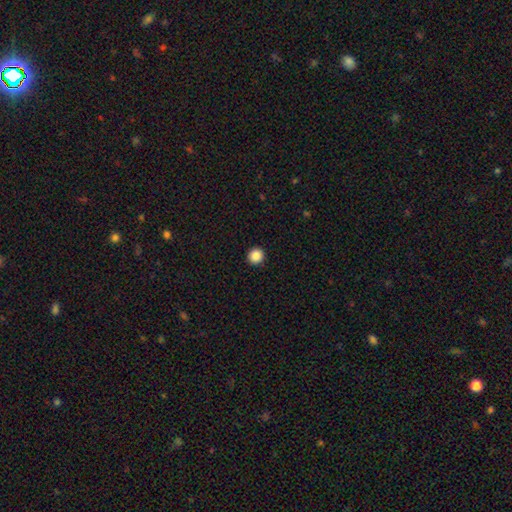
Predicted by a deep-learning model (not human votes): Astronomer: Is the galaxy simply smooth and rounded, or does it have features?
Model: smooth — 87%.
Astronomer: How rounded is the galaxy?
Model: round — 94%.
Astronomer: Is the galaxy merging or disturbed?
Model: none — 94%.